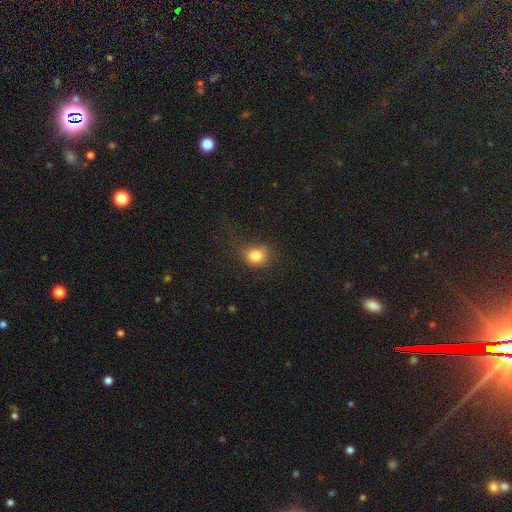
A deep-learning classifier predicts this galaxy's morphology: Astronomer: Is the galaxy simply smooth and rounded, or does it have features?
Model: smooth — 82%.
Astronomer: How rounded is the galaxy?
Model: round — 66%.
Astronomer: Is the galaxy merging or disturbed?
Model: none — 64%.